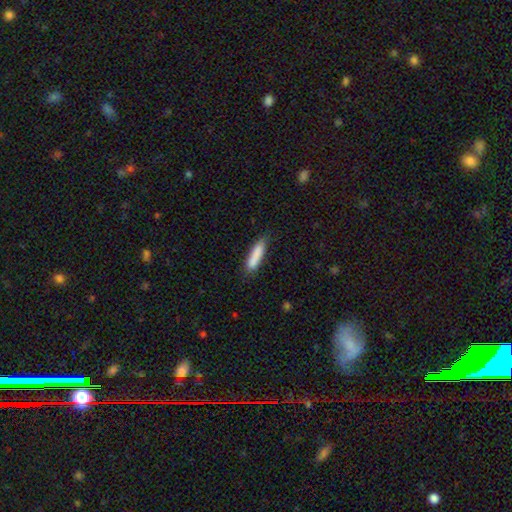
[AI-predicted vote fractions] Q: Smooth or featured?
A: smooth (85%); runner-up: featured or disk (9%)
Q: How rounded?
A: cigar-shaped (80%); runner-up: in between (18%)
Q: Merging?
A: none (79%); runner-up: minor disturbance (17%)